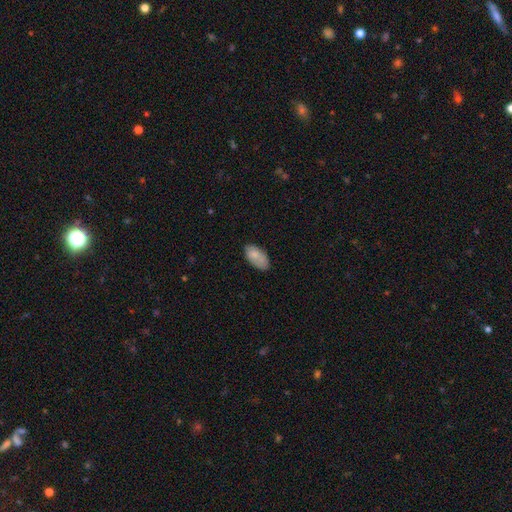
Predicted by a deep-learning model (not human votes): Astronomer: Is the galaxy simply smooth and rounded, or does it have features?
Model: smooth — 82%.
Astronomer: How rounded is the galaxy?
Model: in between — 94%.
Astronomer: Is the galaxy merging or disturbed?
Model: none — 71%.